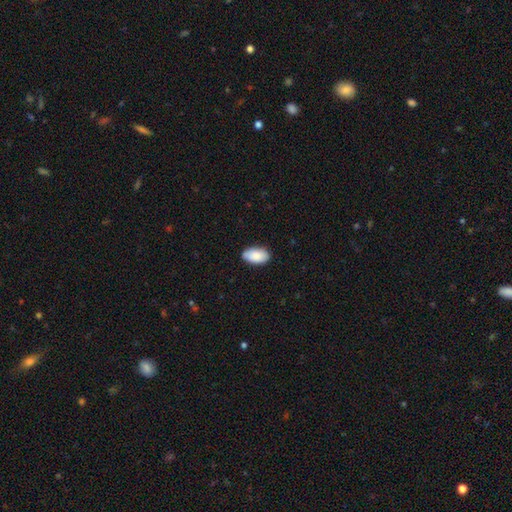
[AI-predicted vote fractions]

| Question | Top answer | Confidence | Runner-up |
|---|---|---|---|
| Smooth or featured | smooth | 87% | featured or disk (7%) |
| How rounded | in between | 95% | round (3%) |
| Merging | none | 85% | minor disturbance (12%) |